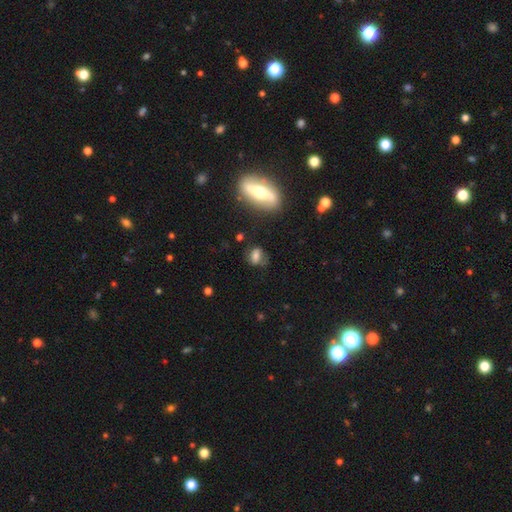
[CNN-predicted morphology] smooth-or-featured: smooth: 65% | featured or disk: 23% | star or artifact: 12%
  how-rounded: in between: 69% | round: 26% | cigar-shaped: 5%
  merging: none: 63% | minor disturbance: 22% | major disturbance: 10% | merger: 6%